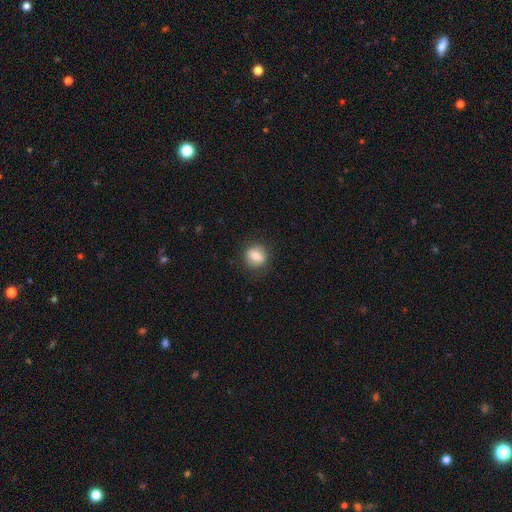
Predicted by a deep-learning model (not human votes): smooth 80%, featured or disk 11%, star or artifact 9%. Down the decision tree: how rounded — round (75%); merging — none (84%).